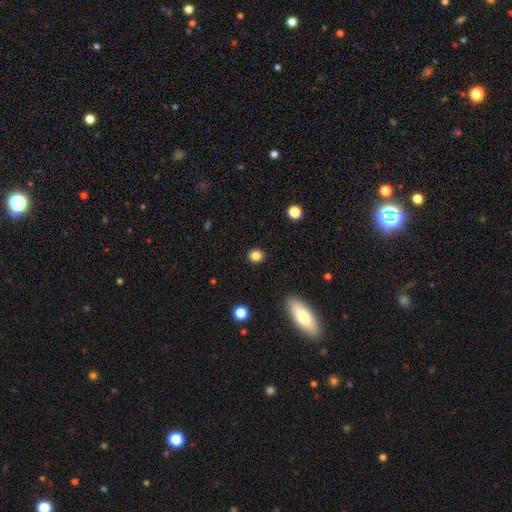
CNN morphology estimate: A smooth galaxy with no disk features (85%) that is round (70%). Merging: none (89%).